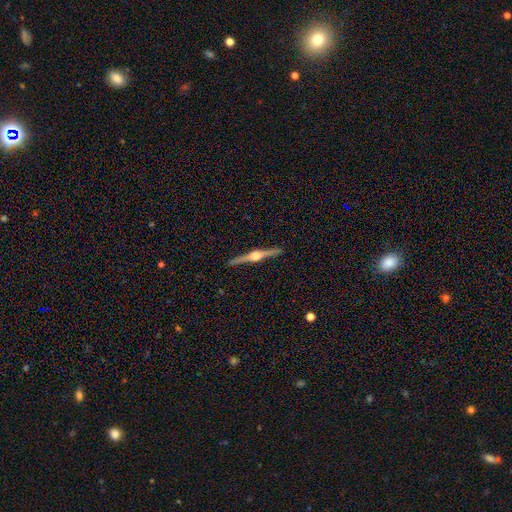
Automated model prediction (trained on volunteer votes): Smooth or featured? featured or disk (86%)
Edge-on disk? yes (99%)
Edge-on bulge? rounded (94%)
Merging? none (92%)